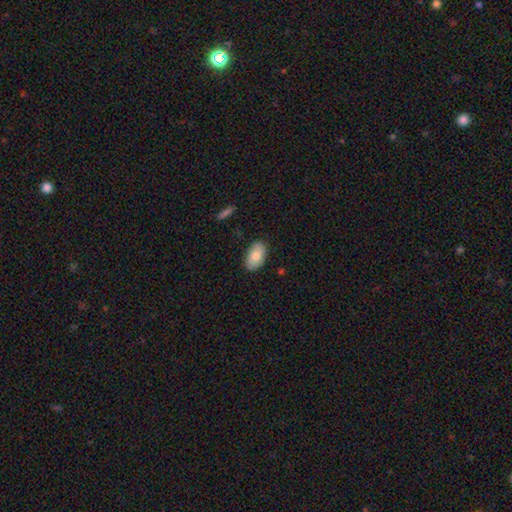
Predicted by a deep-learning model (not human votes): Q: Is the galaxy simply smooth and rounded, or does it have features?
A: smooth — 80%.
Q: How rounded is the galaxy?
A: in between — 93%.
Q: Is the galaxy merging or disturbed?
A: none — 84%.